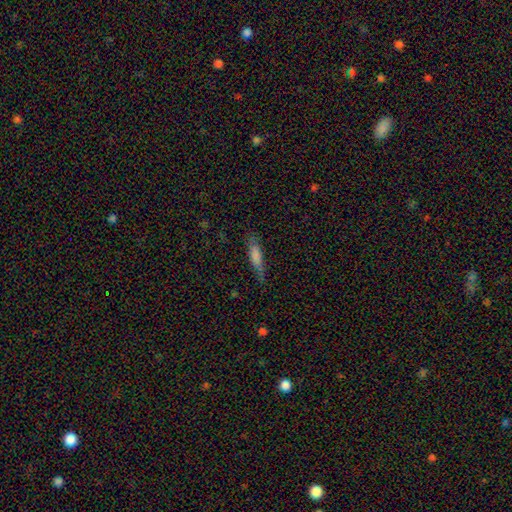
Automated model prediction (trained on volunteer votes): A smooth galaxy with no disk features (66%) that is cigar-shaped (71%).

Vote fractions:
- Smooth or featured? smooth: 66% / featured or disk: 25% / star or artifact: 9%
- How rounded? cigar-shaped: 71% / in between: 27% / round: 2%
- Merging? none: 68% / minor disturbance: 23% / major disturbance: 7% / merger: 2%